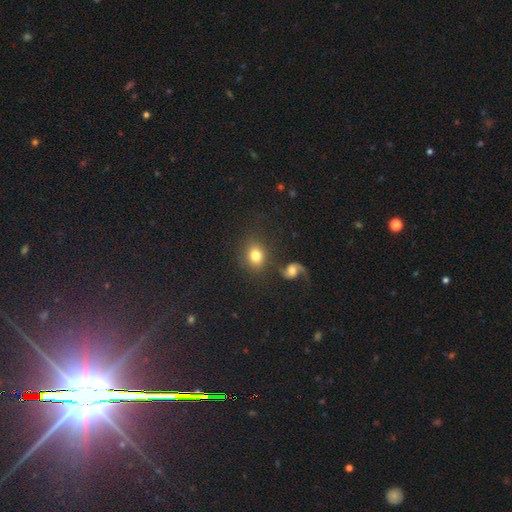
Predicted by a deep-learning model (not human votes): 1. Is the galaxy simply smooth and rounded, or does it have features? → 78% smooth, 12% featured or disk, 11% star or artifact.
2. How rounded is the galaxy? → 61% round, 38% in between, 1% cigar-shaped.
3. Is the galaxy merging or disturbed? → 69% none, 12% merger, 12% minor disturbance, 7% major disturbance.